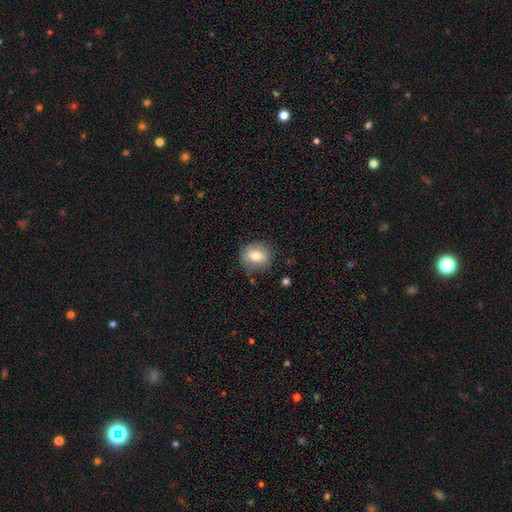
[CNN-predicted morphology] A smooth galaxy with no disk features (72%) that is round (67%). Merging: none (75%).